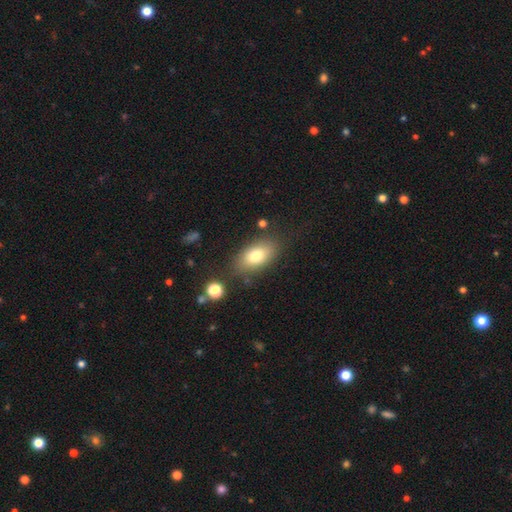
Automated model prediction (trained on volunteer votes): Smooth or featured?
  - smooth: 76% *
  - featured or disk: 16%
  - star or artifact: 9%
How rounded?
  - in between: 88% *
  - round: 8%
  - cigar-shaped: 4%
Merging?
  - none: 77% *
  - minor disturbance: 14%
  - major disturbance: 5%
  - merger: 4%